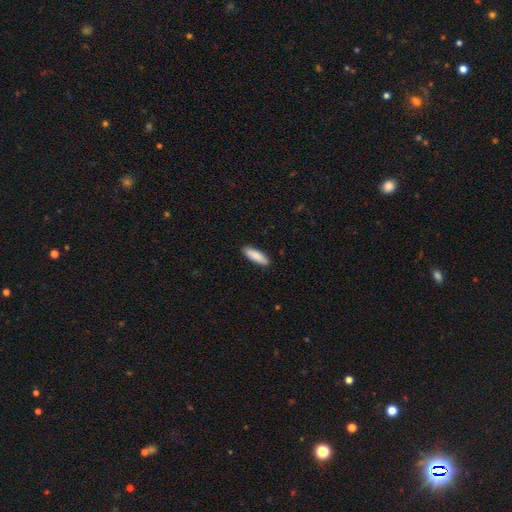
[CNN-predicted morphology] This appears to be a smooth galaxy with no disk features (88%) that is cigar-shaped (55%). Merging: none (90%).